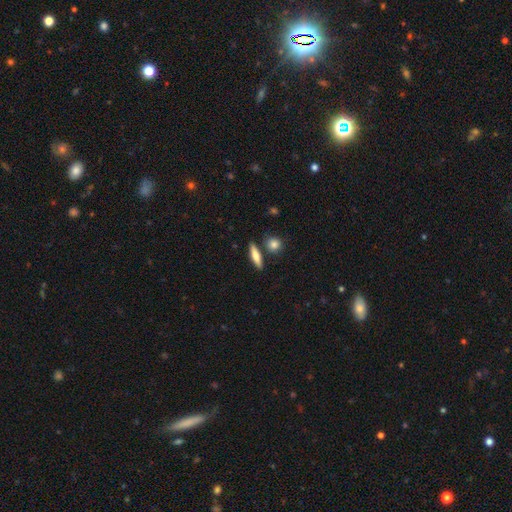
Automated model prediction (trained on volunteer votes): The model was most divided on "smooth or featured": smooth: 69%, featured or disk: 24%, star or artifact: 6%. More confident: merging — none (81%); how rounded — cigar-shaped (71%).